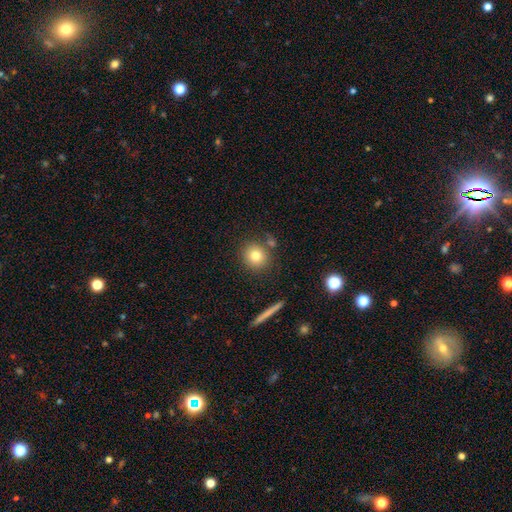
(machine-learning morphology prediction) Smooth or featured? Predicted: smooth (p=0.79). How rounded? Predicted: round (p=0.91). Merging? Predicted: none (p=0.78).